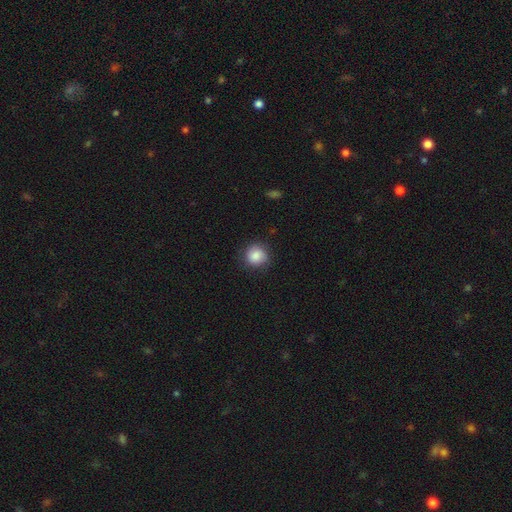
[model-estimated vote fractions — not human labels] This is clearly a smooth galaxy (86%). How rounded: clearly round (88%). Merging: clearly none (81%).